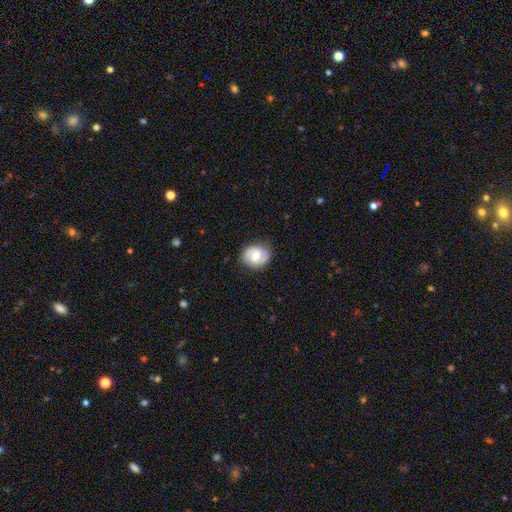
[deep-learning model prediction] Morphology: type=smooth (55%); roundness=round (53%); merging=none (84%).